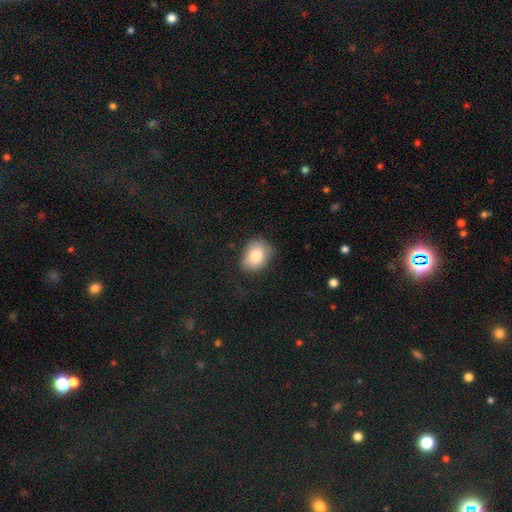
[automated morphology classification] Smooth or featured? smooth (81%)
How rounded? in between (52%)
Merging? none (61%)